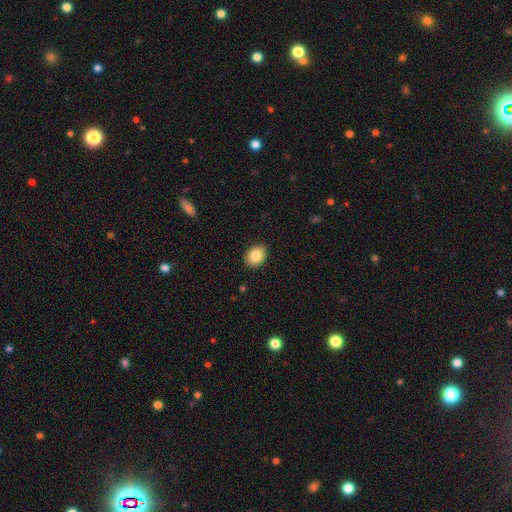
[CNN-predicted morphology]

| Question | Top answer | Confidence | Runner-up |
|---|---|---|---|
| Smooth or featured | smooth | 84% | star or artifact (8%) |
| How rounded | in between | 58% | round (41%) |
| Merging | none | 90% | minor disturbance (7%) |